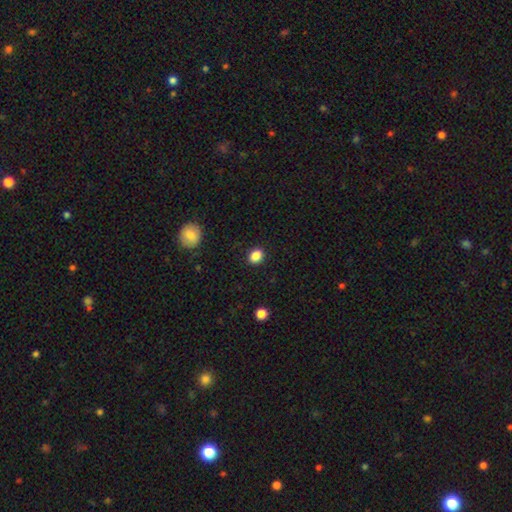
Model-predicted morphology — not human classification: smooth_or_featured: smooth (p=0.87) [alt: star or artifact p=0.10]
how_rounded: in between (p=0.56) [alt: round p=0.43]
merging: none (p=0.89) [alt: minor disturbance p=0.08]